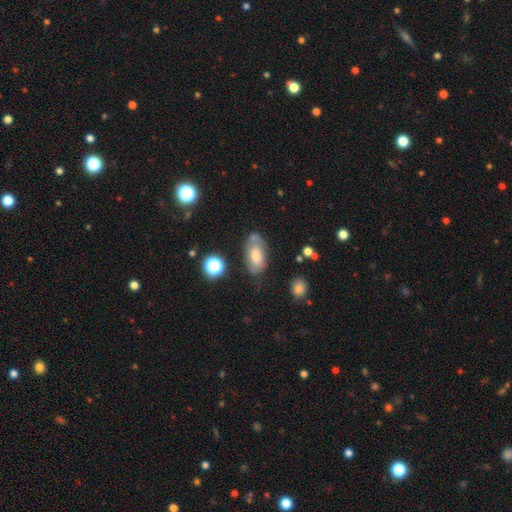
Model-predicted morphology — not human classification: Overall: smooth (48%; featured or disk 41%). Merging: none (61%; minor disturbance 23%).